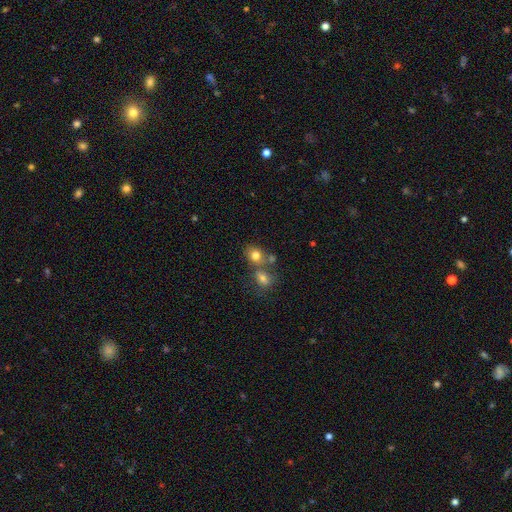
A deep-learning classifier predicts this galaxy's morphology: smooth_or_featured: smooth (p=0.77) [alt: star or artifact p=0.12]
how_rounded: round (p=0.54) [alt: in between p=0.45]
merging: none (p=0.46) [alt: merger p=0.39]